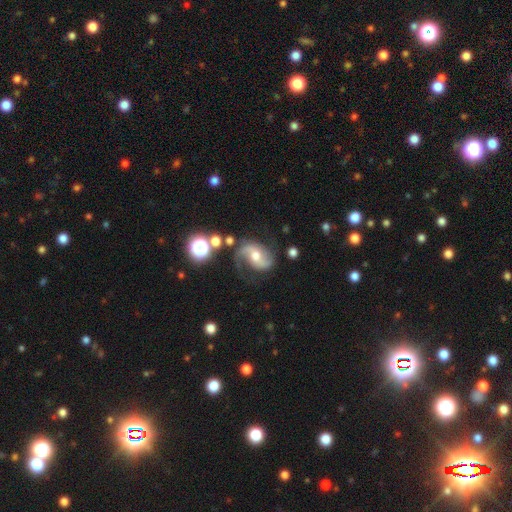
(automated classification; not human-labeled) Morphology: type=featured or disk (80%); edge-on=no (97%); bar=no (43%); spiral arms=yes (95%); winding=loose (52%); arm count=2 (83%); bulge=moderate (68%); merging=none (58%).